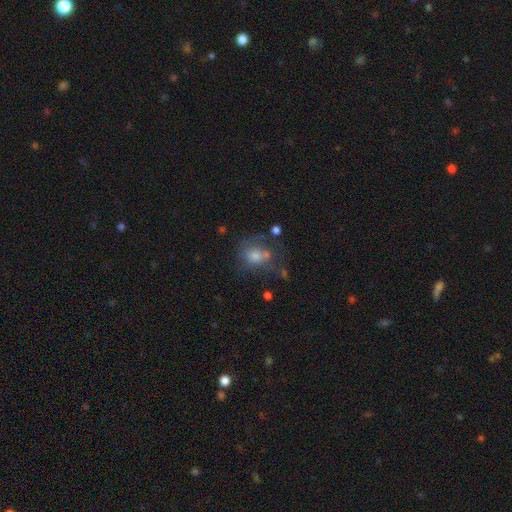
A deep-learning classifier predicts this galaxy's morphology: This appears to be a smooth galaxy with no disk features (58%) that is round (64%). Merging: none (43%).